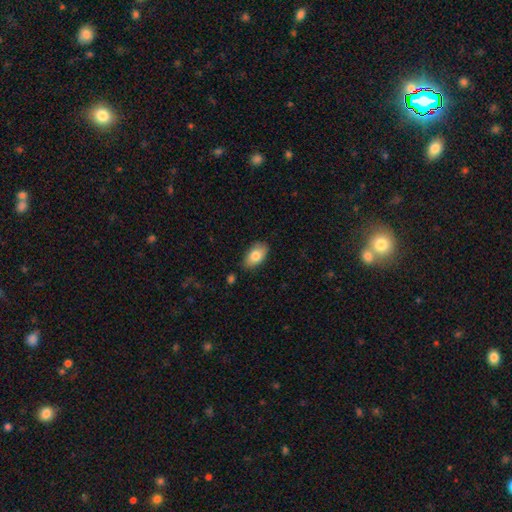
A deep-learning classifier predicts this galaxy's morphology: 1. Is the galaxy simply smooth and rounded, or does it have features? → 81% smooth, 12% featured or disk, 7% star or artifact.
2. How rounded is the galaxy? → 92% in between, 6% round, 2% cigar-shaped.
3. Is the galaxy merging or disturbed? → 78% none, 17% minor disturbance, 3% major disturbance, 2% merger.